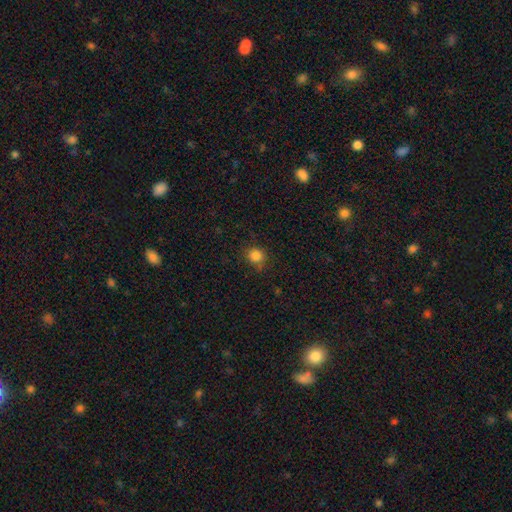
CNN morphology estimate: The model was most divided on "merging": none: 77%, minor disturbance: 17%, major disturbance: 4%, merger: 2%. More confident: how rounded — round (86%); smooth or featured — smooth (83%).